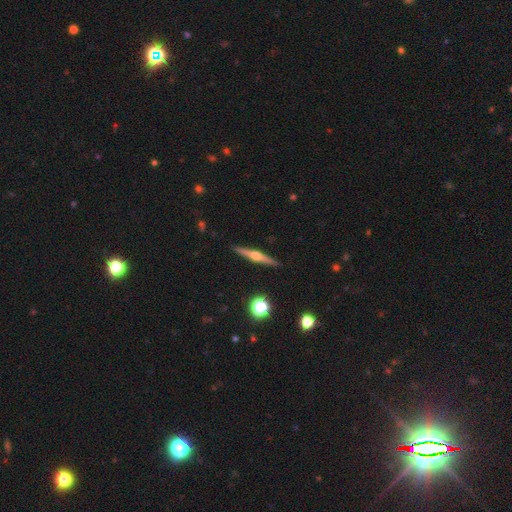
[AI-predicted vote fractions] A featured or disk galaxy (75%) viewed edge-on (98%) with a rounded central bulge (94%).

Vote fractions:
- Smooth or featured? featured or disk: 75% / smooth: 19% / star or artifact: 6%
- Edge-on disk? yes: 98% / no: 2%
- Edge-on bulge? rounded: 94% / boxy: 3% / none: 3%
- Merging? none: 91% / minor disturbance: 6% / major disturbance: 1% / merger: 1%